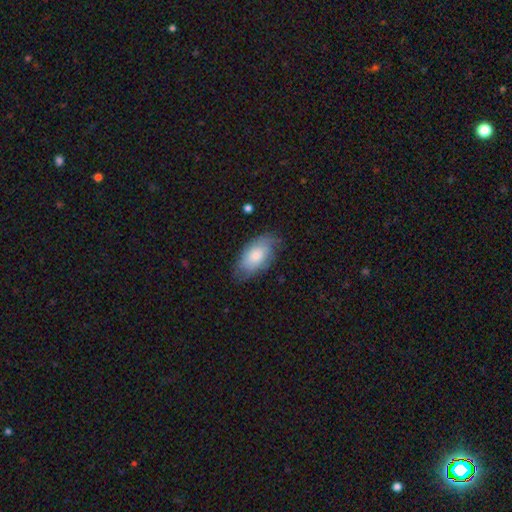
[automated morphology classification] smooth 70%, featured or disk 24%, star or artifact 6%. Down the decision tree: how rounded — in between (93%); merging — none (69%).